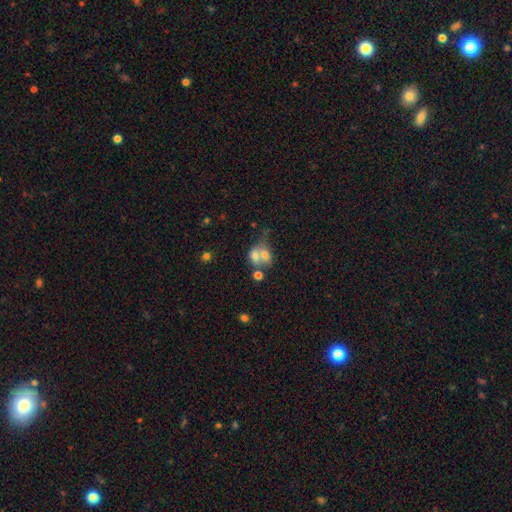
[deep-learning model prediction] Smooth or featured? smooth (64%)
How rounded? in between (54%)
Merging? merger (68%)